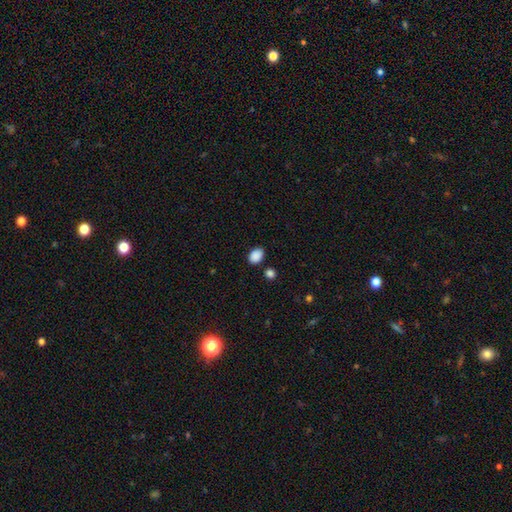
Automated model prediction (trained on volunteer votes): smooth 89%, star or artifact 8%, featured or disk 3%. Down the decision tree: how rounded — in between (77%); merging — none (83%).